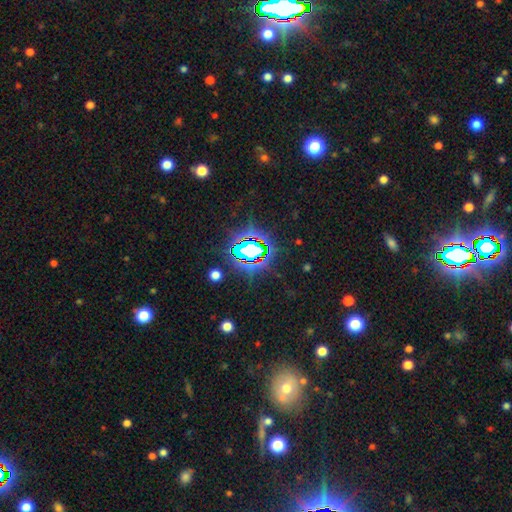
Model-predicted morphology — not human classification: This is likely a star or artifact rather than a galaxy (75%).